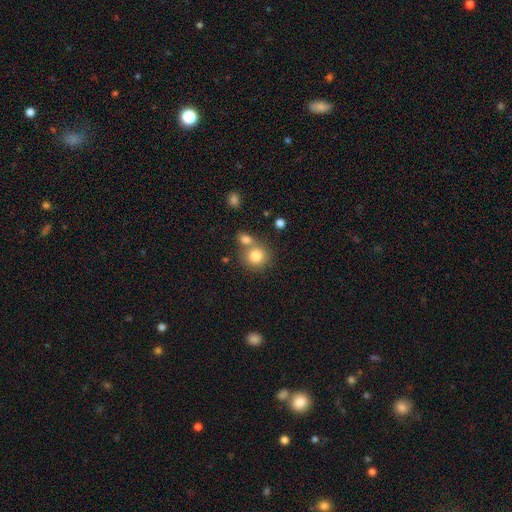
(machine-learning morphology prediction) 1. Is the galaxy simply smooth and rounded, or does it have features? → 81% smooth, 10% star or artifact, 9% featured or disk.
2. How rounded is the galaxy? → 84% round, 15% in between, 1% cigar-shaped.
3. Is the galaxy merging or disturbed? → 53% none, 35% merger, 9% minor disturbance, 3% major disturbance.